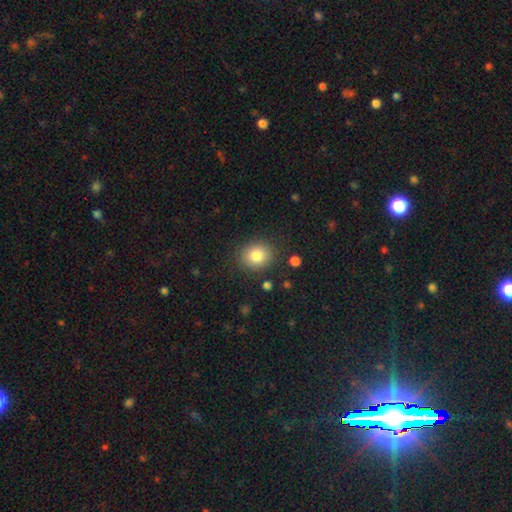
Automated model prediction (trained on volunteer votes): smooth_or_featured: smooth (p=0.84) [alt: star or artifact p=0.09]
how_rounded: round (p=0.71) [alt: in between p=0.29]
merging: none (p=0.86) [alt: minor disturbance p=0.09]